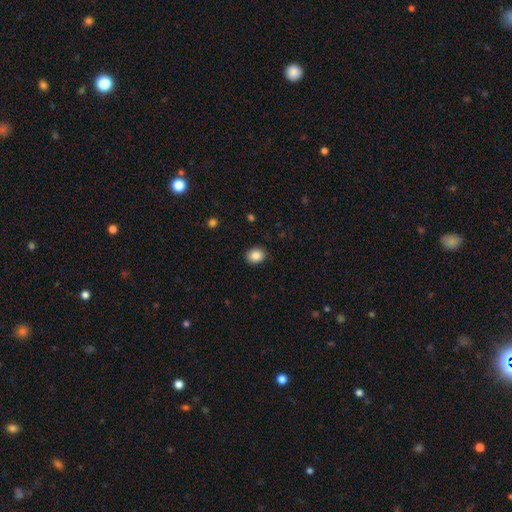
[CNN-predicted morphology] This appears to be a smooth galaxy with no disk features (87%) that is round (56%). Merging: none (90%).